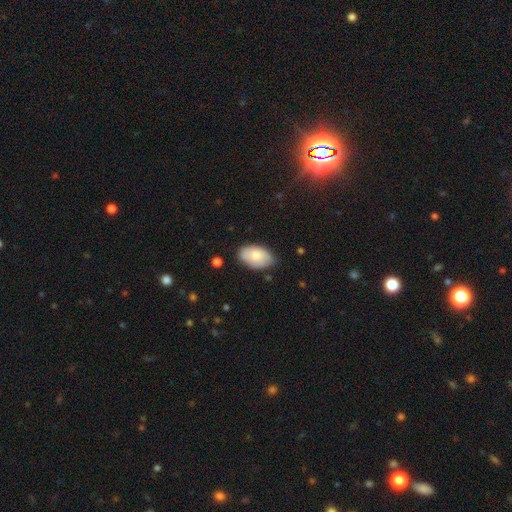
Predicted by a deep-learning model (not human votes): This appears to be a smooth galaxy with no disk features (72%) that is in between round and cigar-shaped (92%). Merging: none (74%).